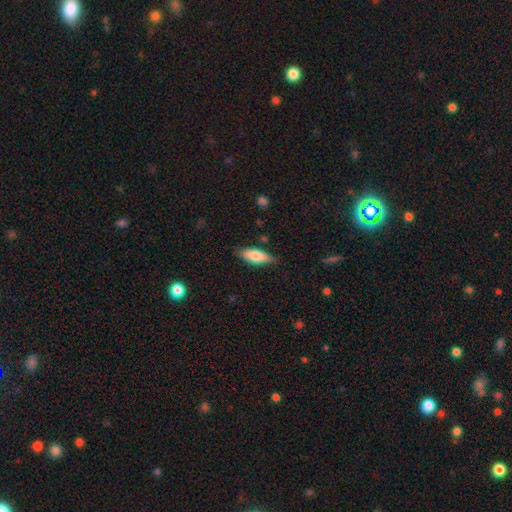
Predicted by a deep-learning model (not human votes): smooth 75%, featured or disk 19%, star or artifact 6%. Down the decision tree: how rounded — in between (71%); merging — none (80%).